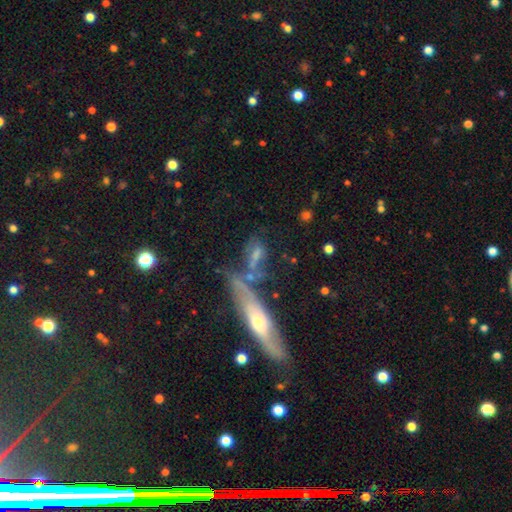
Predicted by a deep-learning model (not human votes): Smooth or featured? featured or disk (45%)
Merging? none (52%)